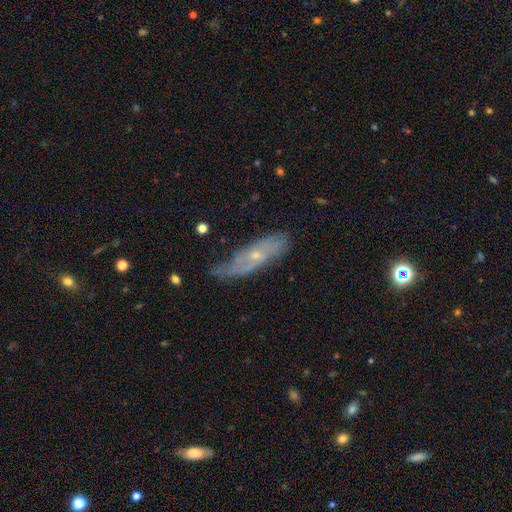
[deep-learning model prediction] Smooth or featured: featured or disk — 60% (smooth — 33%)
Edge-on disk: no — 71% (yes — 29%)
Merging: none — 51% (minor disturbance — 34%)